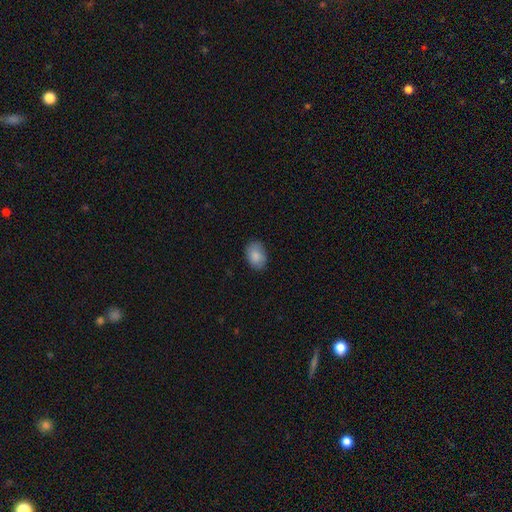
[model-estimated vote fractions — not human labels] This is clearly a smooth galaxy (86%). How rounded: clearly in between (83%). Merging: clearly none (81%).